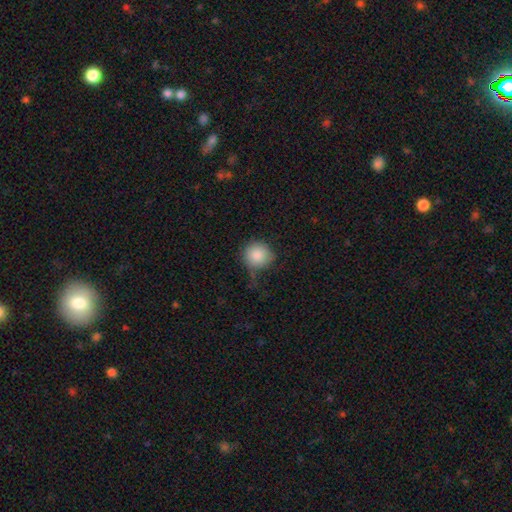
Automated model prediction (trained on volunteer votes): A smooth galaxy with no disk features (86%) that is round (91%). Merging: none (55%).